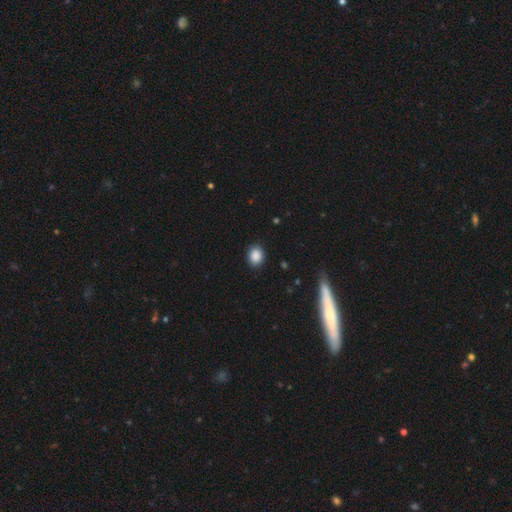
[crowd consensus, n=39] A smooth galaxy with no disk features (77%) that is in between round and cigar-shaped (53%).

Vote fractions:
- Smooth or featured? smooth: 77% / featured or disk: 13% / star or artifact: 10%
- How rounded? in between: 53% / round: 47% / cigar-shaped: 0%
- Merging? none: 80% / minor disturbance: 17% / major disturbance: 3% / merger: 0%